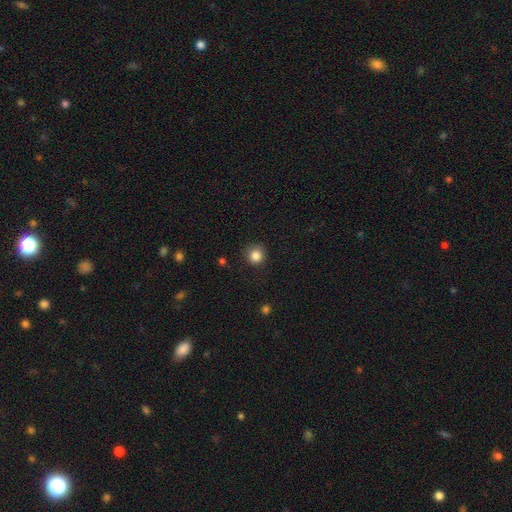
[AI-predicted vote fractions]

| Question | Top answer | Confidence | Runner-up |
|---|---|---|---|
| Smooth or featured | smooth | 85% | star or artifact (11%) |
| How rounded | round | 92% | in between (7%) |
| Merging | none | 87% | minor disturbance (9%) |